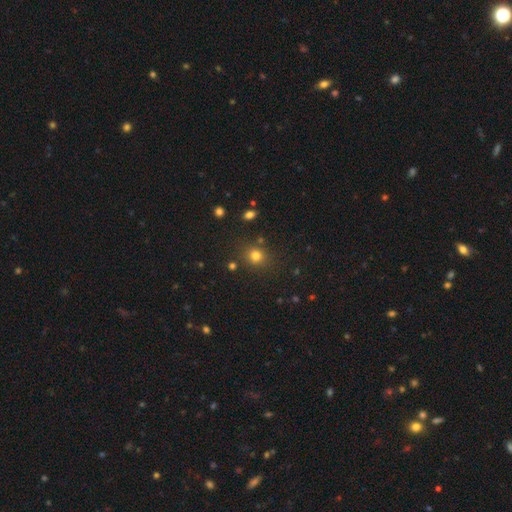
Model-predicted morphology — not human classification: smooth_or_featured: smooth (p=0.78) [alt: star or artifact p=0.16]
how_rounded: round (p=0.82) [alt: in between p=0.17]
merging: none (p=0.82) [alt: minor disturbance p=0.10]